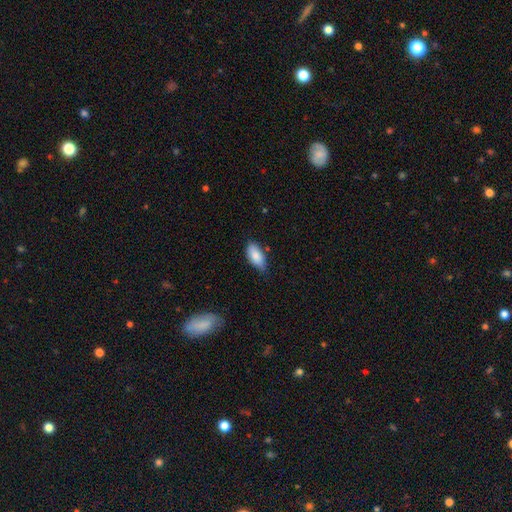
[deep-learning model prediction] A smooth galaxy with no disk features (85%) that is in between round and cigar-shaped (90%). Merging: none (70%).